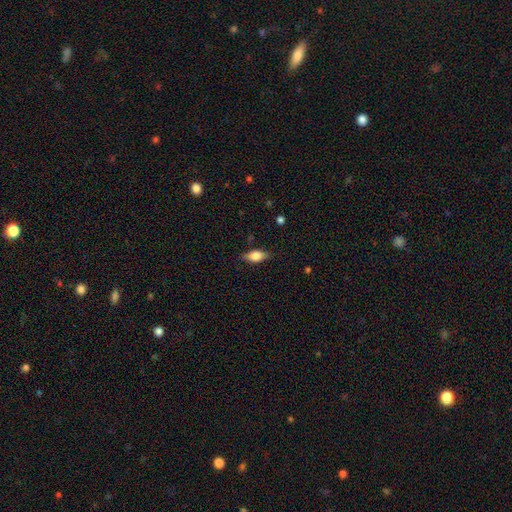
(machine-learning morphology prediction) smooth_or_featured: smooth (p=0.78) [alt: featured or disk p=0.14]
how_rounded: in between (p=0.85) [alt: cigar-shaped p=0.11]
merging: none (p=0.81) [alt: minor disturbance p=0.14]